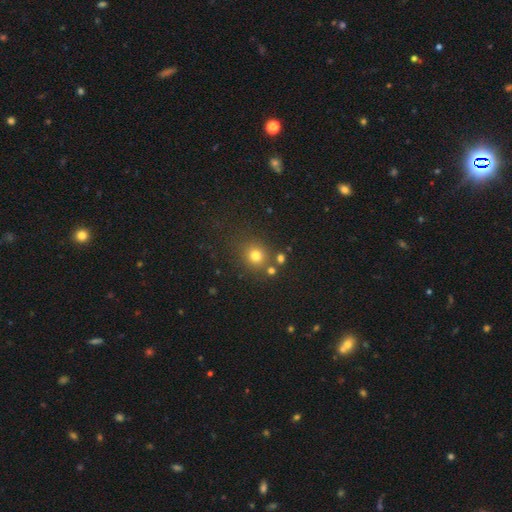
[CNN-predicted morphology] smooth_or_featured: smooth (p=0.75) [alt: star or artifact p=0.17]
how_rounded: round (p=0.85) [alt: in between p=0.14]
merging: none (p=0.73) [alt: minor disturbance p=0.11]